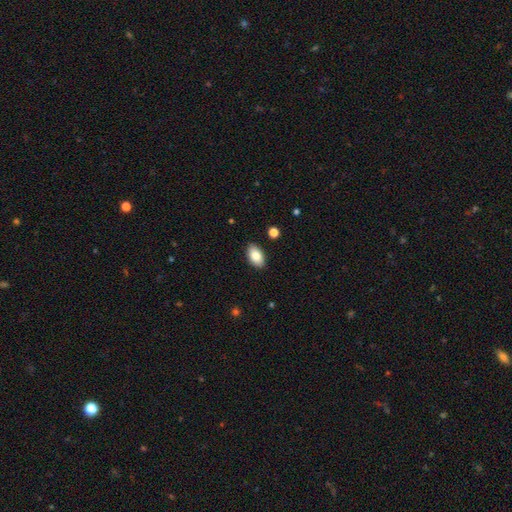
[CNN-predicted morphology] Smooth or featured? smooth (84%)
How rounded? in between (93%)
Merging? none (88%)